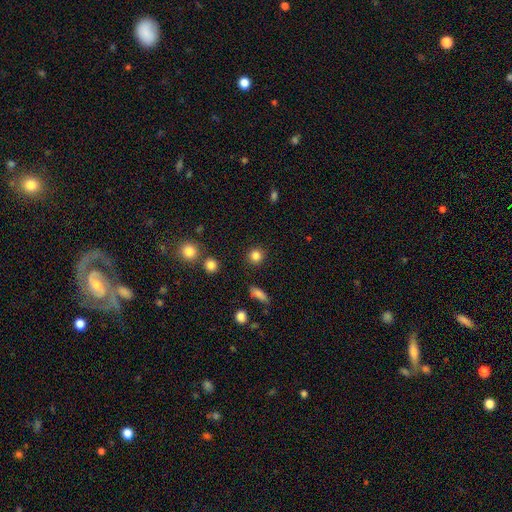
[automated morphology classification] A smooth galaxy with no disk features (84%) that is round (91%). Merging: none (90%).